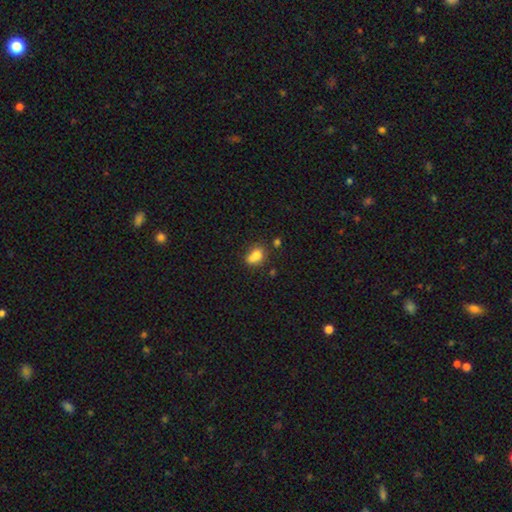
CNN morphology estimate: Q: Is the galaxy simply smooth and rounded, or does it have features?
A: smooth — 76%.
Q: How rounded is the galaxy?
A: in between — 65%.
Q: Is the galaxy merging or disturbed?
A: merger — 37%, tied with none.